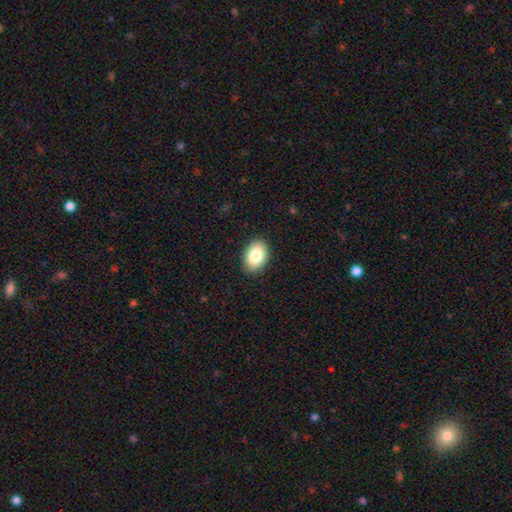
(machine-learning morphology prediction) Smooth or featured?
  - smooth: 84% *
  - featured or disk: 9%
  - star or artifact: 7%
How rounded?
  - in between: 86% *
  - round: 13%
  - cigar-shaped: 1%
Merging?
  - none: 89% *
  - minor disturbance: 8%
  - major disturbance: 2%
  - merger: 1%